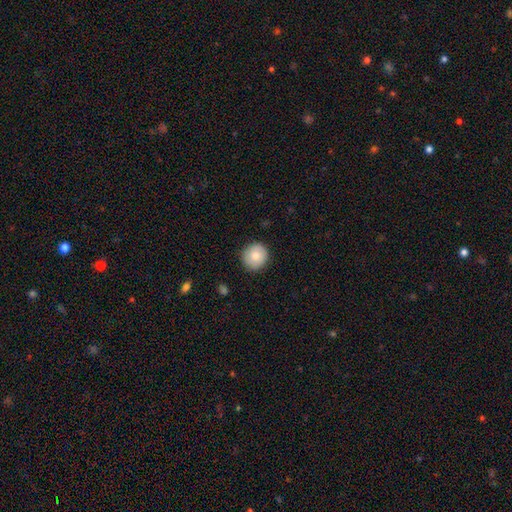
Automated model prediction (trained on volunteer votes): A smooth galaxy with no disk features (79%) that is round (92%). Merging: none (88%).